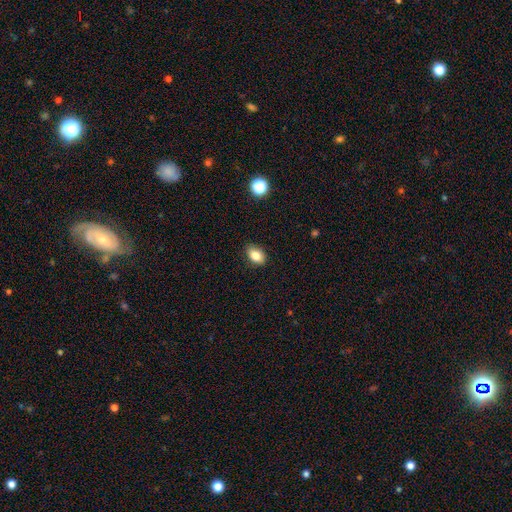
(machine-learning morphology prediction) Smooth or featured?
  - smooth: 83% *
  - star or artifact: 10%
  - featured or disk: 8%
How rounded?
  - in between: 82% *
  - round: 17%
  - cigar-shaped: 1%
Merging?
  - none: 85% *
  - minor disturbance: 11%
  - major disturbance: 2%
  - merger: 1%